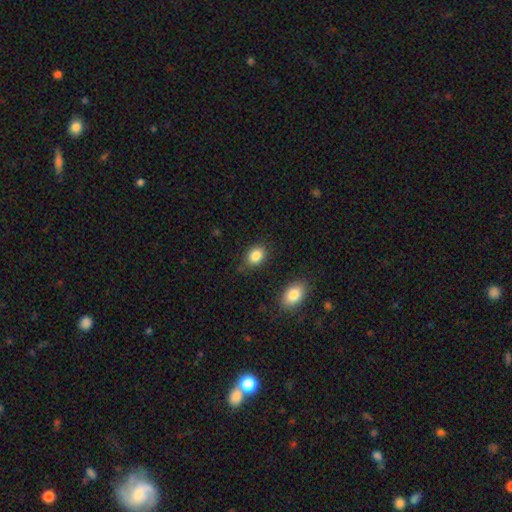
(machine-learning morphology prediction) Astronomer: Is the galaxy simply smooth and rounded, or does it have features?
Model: smooth — 86%.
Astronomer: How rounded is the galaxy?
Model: in between — 70%.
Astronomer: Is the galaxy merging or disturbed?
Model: none — 80%.